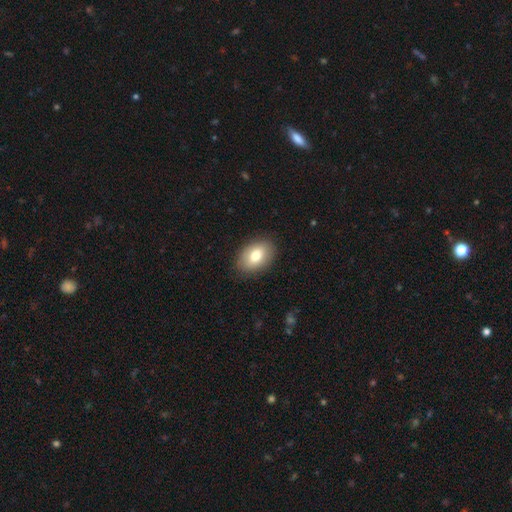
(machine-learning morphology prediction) This is likely a smooth galaxy (78%). How rounded: clearly in between (85%). Merging: clearly none (87%).